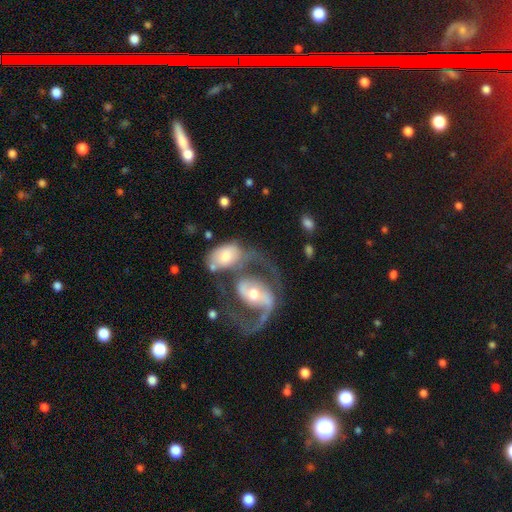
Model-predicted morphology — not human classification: Overall: featured or disk (80%). Edge-on disk: no (95%). Bar: no (39%; weak 36%). Spiral arms: yes (89%). Spiral arm count: 2 (75%). Spiral winding: medium (50%; tight 26%). Bulge size: moderate (57%; small 31%). Merging: merger (55%; none 26%).